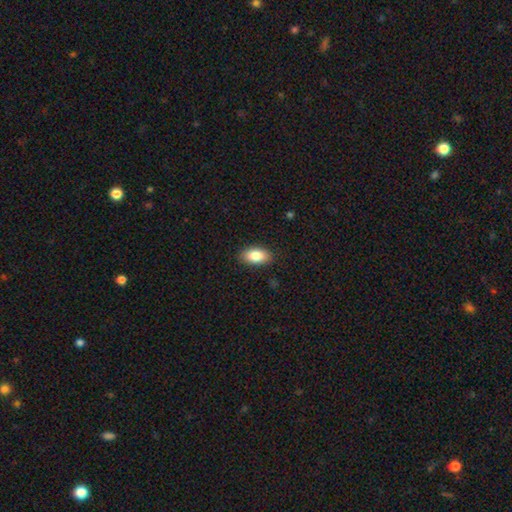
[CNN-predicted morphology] The model was most divided on "smooth or featured": smooth: 84%, featured or disk: 9%, star or artifact: 7%. More confident: how rounded — in between (92%); merging — none (89%).